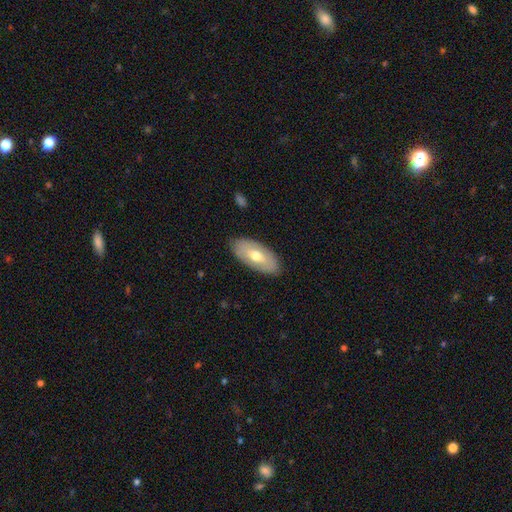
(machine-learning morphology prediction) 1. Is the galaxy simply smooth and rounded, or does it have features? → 56% smooth, 39% featured or disk, 6% star or artifact.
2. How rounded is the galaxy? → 91% in between, 6% cigar-shaped, 3% round.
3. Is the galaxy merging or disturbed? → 86% none, 11% minor disturbance, 2% major disturbance, 1% merger.